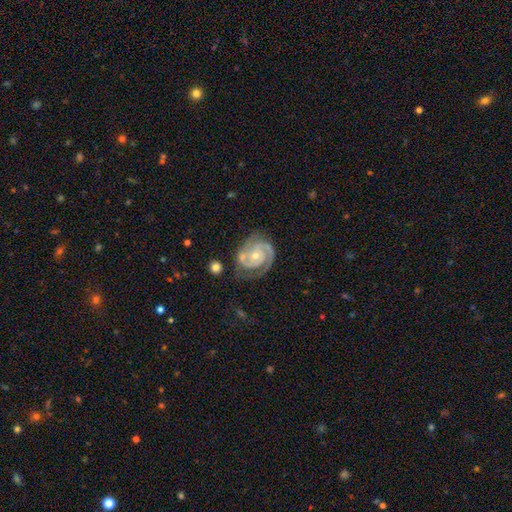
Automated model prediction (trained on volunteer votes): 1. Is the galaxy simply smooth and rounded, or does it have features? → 91% featured or disk, 5% star or artifact, 5% smooth.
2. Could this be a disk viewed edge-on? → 98% no, 2% yes.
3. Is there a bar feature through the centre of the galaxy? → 70% no, 23% weak, 7% strong.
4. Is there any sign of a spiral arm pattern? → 98% yes, 2% no.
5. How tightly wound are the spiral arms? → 67% tight, 29% medium, 4% loose.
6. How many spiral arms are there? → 75% 2, 14% 3, 4% can't tell, 3% 1, 2% 4, 2% more than 4.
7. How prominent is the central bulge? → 59% small, 38% moderate, 1% none, 1% large, 1% dominant.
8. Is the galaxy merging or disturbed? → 71% none, 17% minor disturbance, 6% major disturbance, 6% merger.